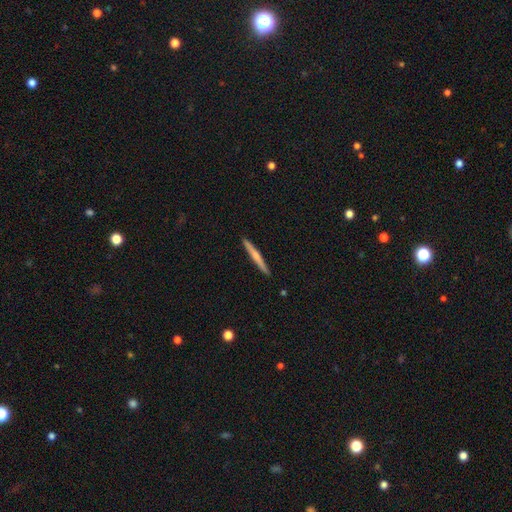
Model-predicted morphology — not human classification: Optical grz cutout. It shows a featured or disk galaxy (49%). Merging: none (91%).